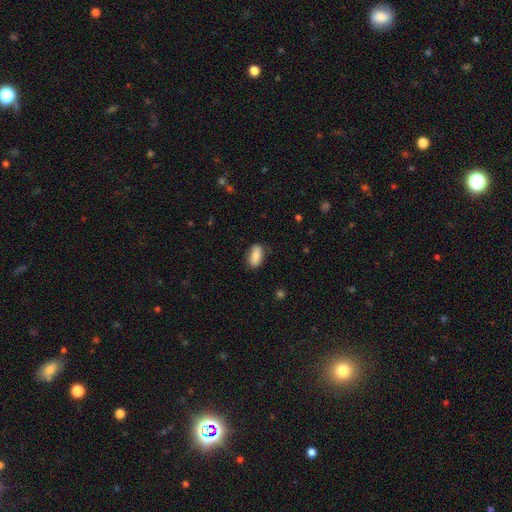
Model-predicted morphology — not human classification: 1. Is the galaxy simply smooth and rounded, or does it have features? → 80% smooth, 13% featured or disk, 7% star or artifact.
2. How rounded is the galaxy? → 90% in between, 5% round, 5% cigar-shaped.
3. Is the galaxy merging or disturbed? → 79% none, 16% minor disturbance, 3% major disturbance, 1% merger.